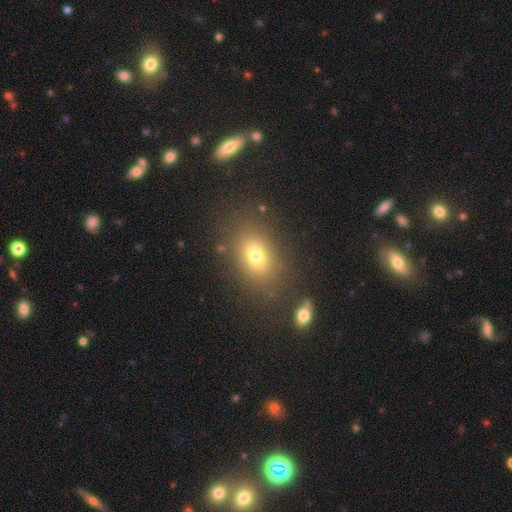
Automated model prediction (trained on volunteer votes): Smooth or featured: smooth — 72% (star or artifact — 14%)
How rounded: in between — 74% (round — 24%)
Merging: none — 80% (minor disturbance — 11%)